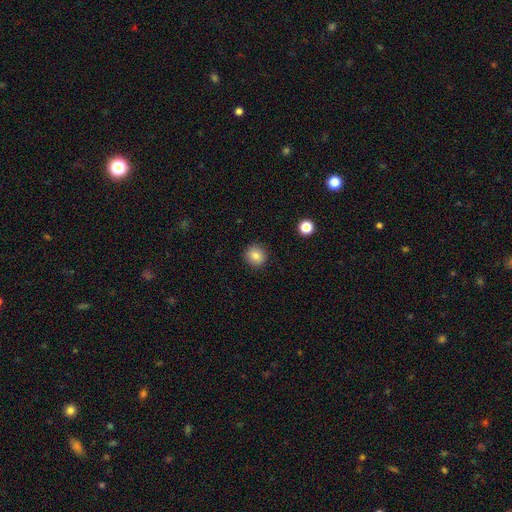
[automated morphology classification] Overall: smooth (83%). How rounded: round (91%). Merging: none (91%).